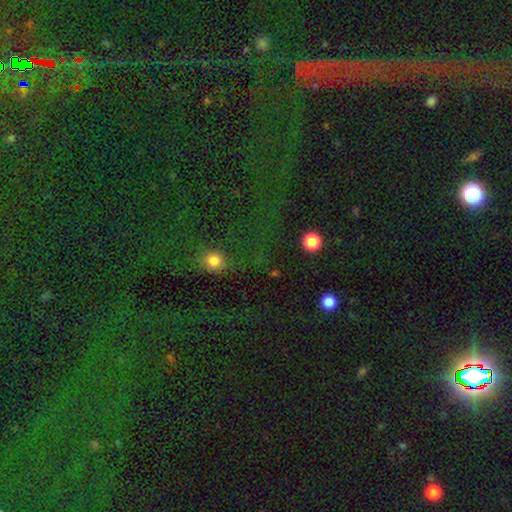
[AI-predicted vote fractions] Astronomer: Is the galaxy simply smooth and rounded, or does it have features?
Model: star or artifact — 61%.